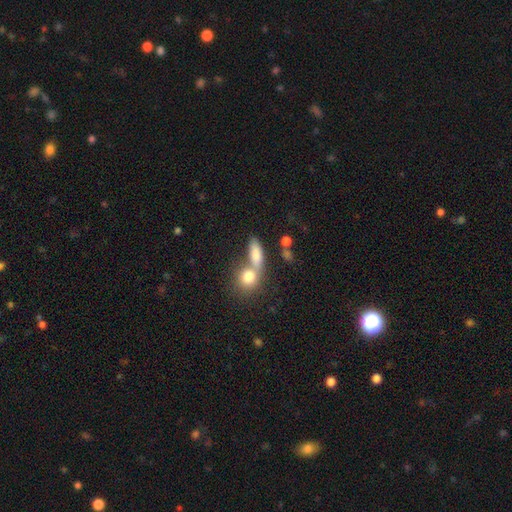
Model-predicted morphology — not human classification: Smooth or featured? Predicted: smooth (p=0.76). How rounded? Predicted: in between (p=0.60). Merging? Predicted: merger (p=0.44).